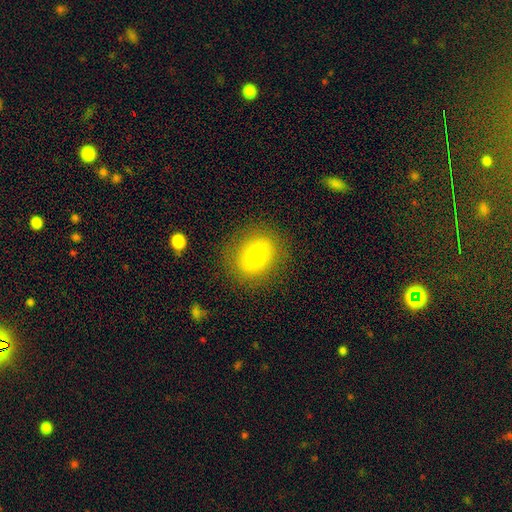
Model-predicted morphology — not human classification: Overall: smooth (69%). How rounded: round (71%). Merging: none (84%).